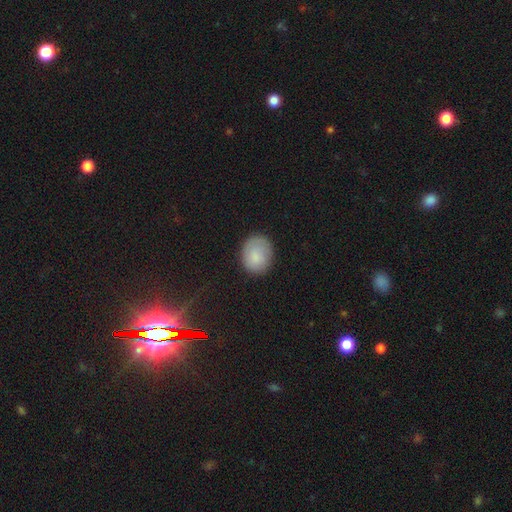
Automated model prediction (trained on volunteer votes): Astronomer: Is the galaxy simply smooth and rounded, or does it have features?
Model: smooth — 83%.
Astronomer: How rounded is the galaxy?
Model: round — 58% (runner-up: in between, 41%).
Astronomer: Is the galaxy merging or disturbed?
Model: none — 79%.